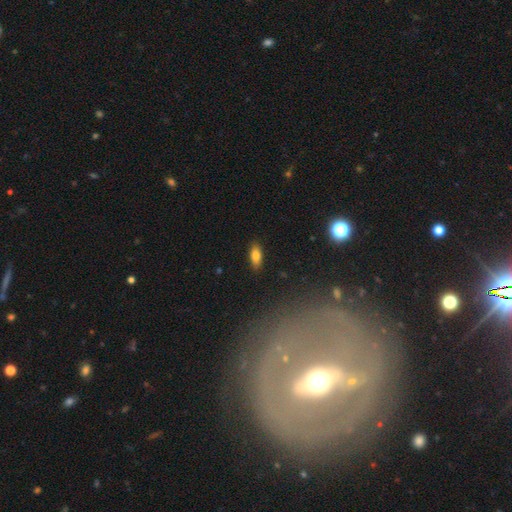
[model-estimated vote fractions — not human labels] The model was most divided on "how rounded": in between: 82%, cigar-shaped: 15%, round: 3%. More confident: merging — none (87%); smooth or featured — smooth (81%).